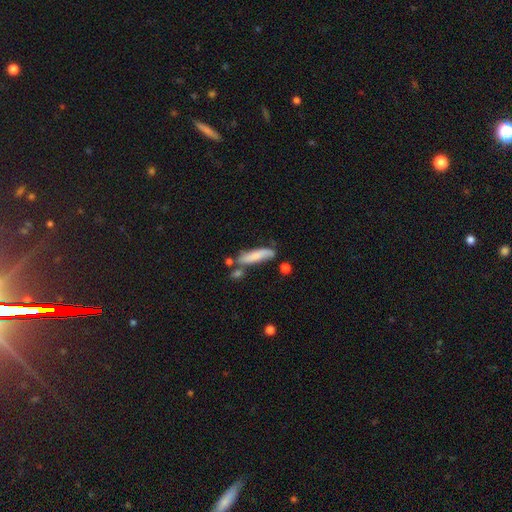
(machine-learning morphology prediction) smooth 72%, featured or disk 22%, star or artifact 7%. Down the decision tree: how rounded — cigar-shaped (74%); merging — none (57%).